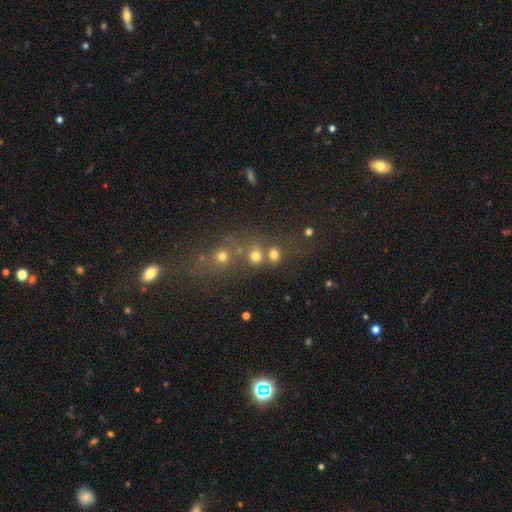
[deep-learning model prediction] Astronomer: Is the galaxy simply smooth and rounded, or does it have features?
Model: smooth — 68%.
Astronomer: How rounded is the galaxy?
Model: round — 82%.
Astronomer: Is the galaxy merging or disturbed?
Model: none — 54% (runner-up: merger, 33%).